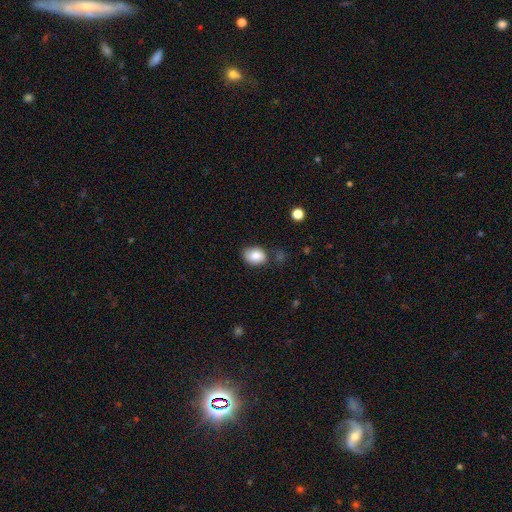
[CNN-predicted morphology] Smooth or featured? Predicted: smooth (p=0.84). How rounded? Predicted: in between (p=0.75). Merging? Predicted: none (p=0.69).